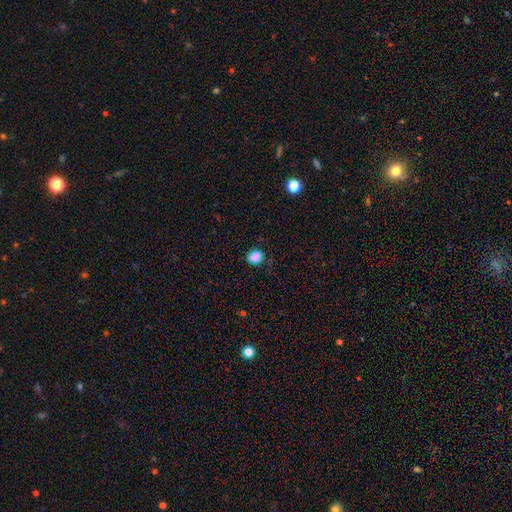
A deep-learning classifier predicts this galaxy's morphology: type=smooth (85%); roundness=round (65%); merging=none (73%).